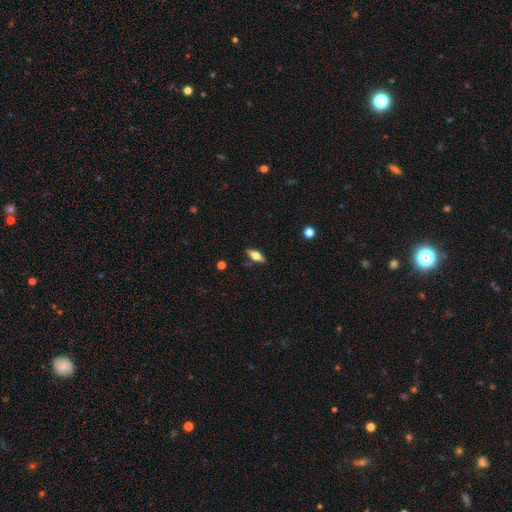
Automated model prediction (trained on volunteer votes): The model was most divided on "smooth or featured": smooth: 53%, featured or disk: 39%, star or artifact: 8%. More confident: merging — none (84%); how rounded — in between (71%).